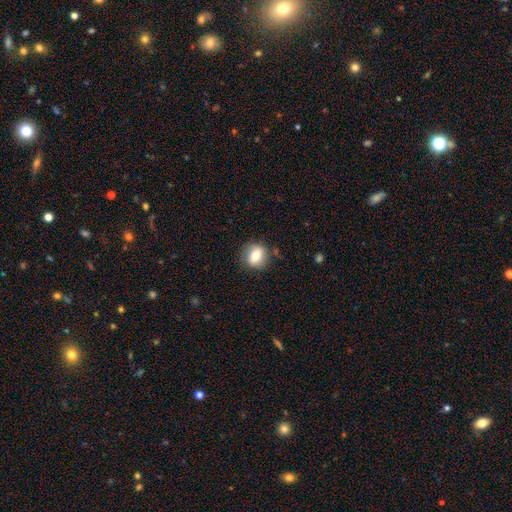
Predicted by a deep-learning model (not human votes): Overall: smooth (68%). How rounded: round (69%; in between 29%). Merging: none (80%).